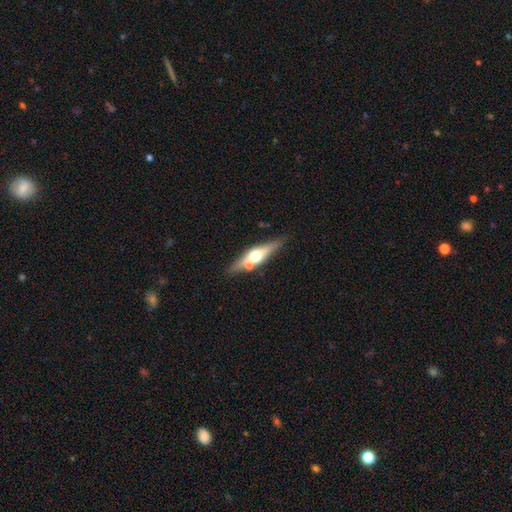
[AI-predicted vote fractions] A featured or disk galaxy (66%) viewed edge-on (93%) with a rounded central bulge (94%). Merging: none (74%).